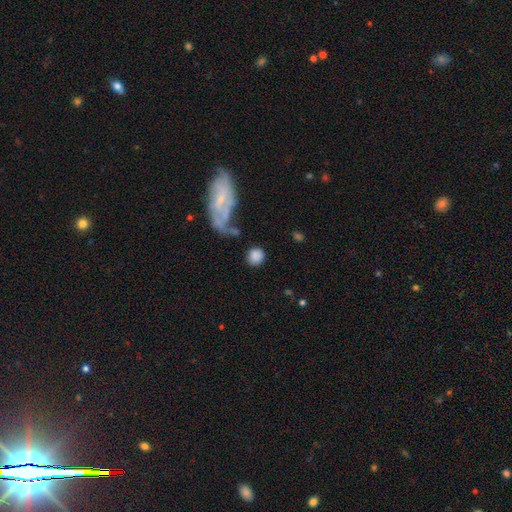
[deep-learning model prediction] A smooth galaxy with no disk features (80%) that is round (83%).

Vote fractions:
- Smooth or featured? smooth: 80% / featured or disk: 12% / star or artifact: 8%
- How rounded? round: 83% / in between: 15% / cigar-shaped: 2%
- Merging? none: 60% / merger: 14% / minor disturbance: 14% / major disturbance: 12%